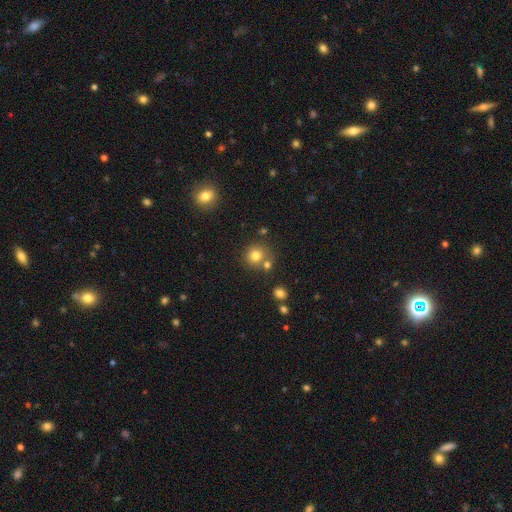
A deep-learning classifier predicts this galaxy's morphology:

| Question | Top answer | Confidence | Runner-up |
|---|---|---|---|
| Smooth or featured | smooth | 78% | star or artifact (13%) |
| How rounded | round | 89% | in between (10%) |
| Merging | none | 66% | merger (21%) |